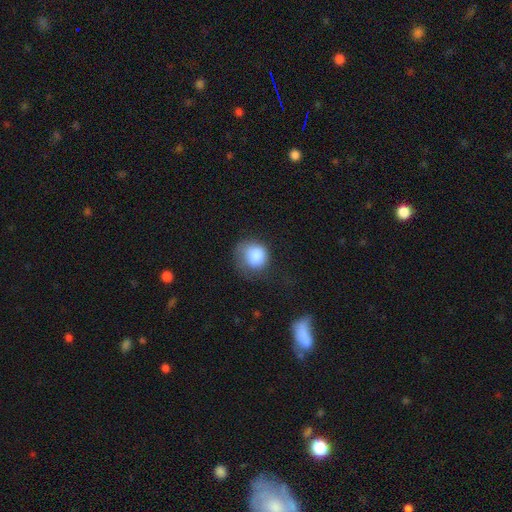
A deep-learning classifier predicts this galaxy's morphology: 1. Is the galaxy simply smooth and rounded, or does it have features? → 84% smooth, 8% featured or disk, 8% star or artifact.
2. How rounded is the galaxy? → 76% round, 23% in between, 1% cigar-shaped.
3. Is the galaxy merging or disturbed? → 44% none, 31% minor disturbance, 23% major disturbance, 2% merger.